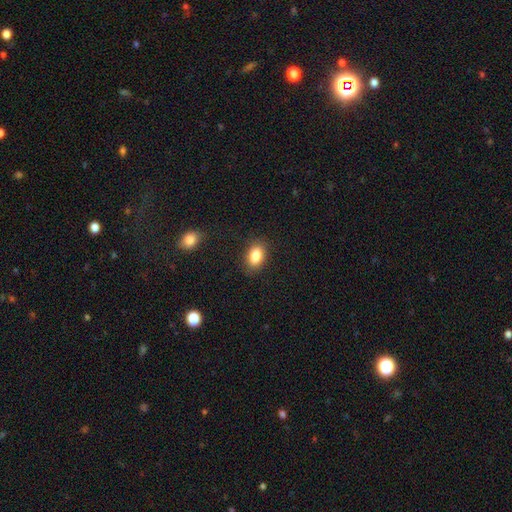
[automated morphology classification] smooth_or_featured: smooth (p=0.85) [alt: star or artifact p=0.08]
how_rounded: in between (p=0.86) [alt: round p=0.12]
merging: none (p=0.86) [alt: minor disturbance p=0.10]